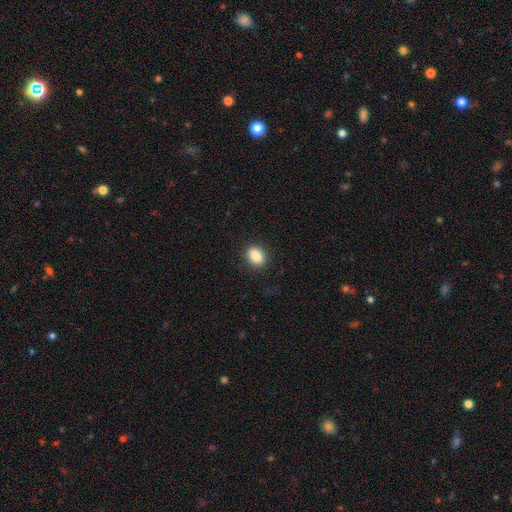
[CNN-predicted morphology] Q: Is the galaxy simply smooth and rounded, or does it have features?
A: smooth — 88%.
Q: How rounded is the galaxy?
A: in between — 75%.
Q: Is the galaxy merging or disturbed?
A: none — 88%.